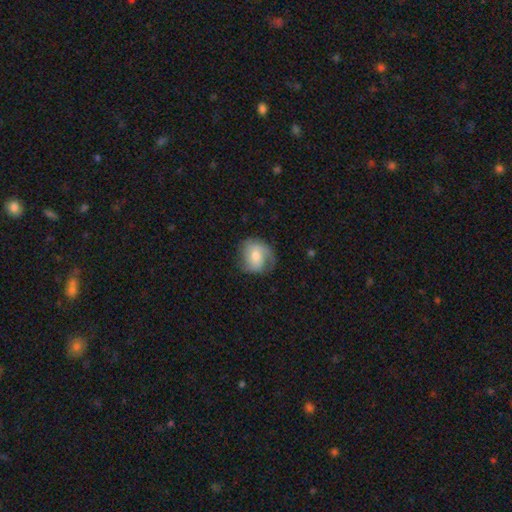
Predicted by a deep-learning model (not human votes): Overall: featured or disk (52%; smooth 41%). Edge-on disk: no (97%). Bar: no (53%; weak 37%). Spiral arms: yes (83%). Bulge size: moderate (61%; small 30%). Merging: none (63%; minor disturbance 24%).